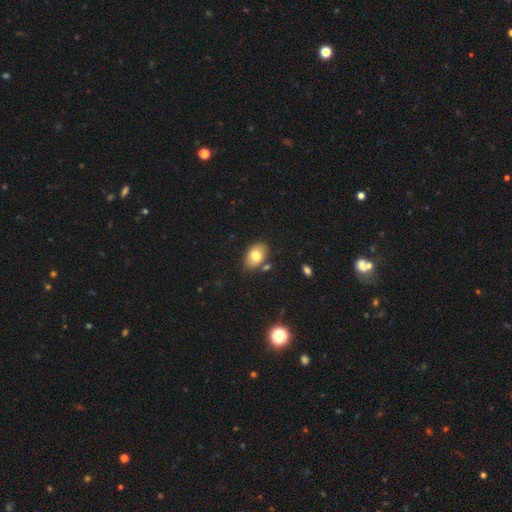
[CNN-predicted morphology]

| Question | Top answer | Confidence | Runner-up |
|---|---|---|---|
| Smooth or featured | smooth | 78% | featured or disk (14%) |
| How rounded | in between | 86% | round (13%) |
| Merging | none | 78% | minor disturbance (12%) |